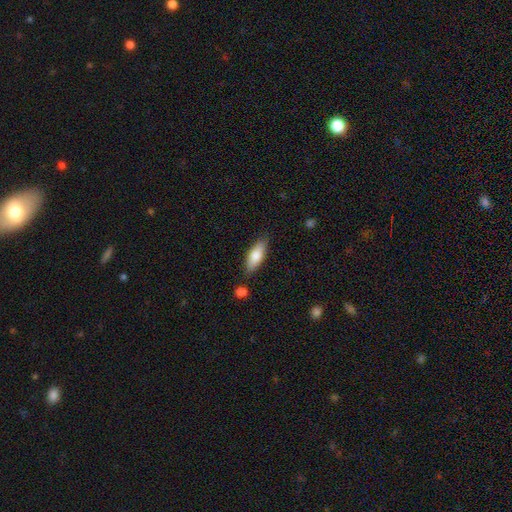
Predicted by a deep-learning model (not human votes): smooth 78%, featured or disk 16%, star or artifact 6%. Down the decision tree: how rounded — in between (68%); merging — none (78%).